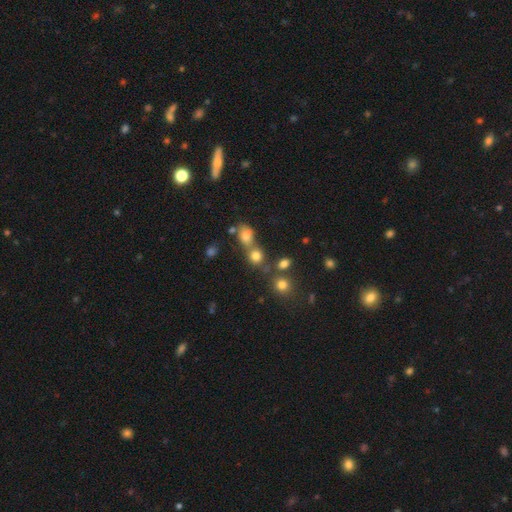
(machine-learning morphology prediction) A smooth galaxy with no disk features (73%) that is round (77%). Merging: none (49%).